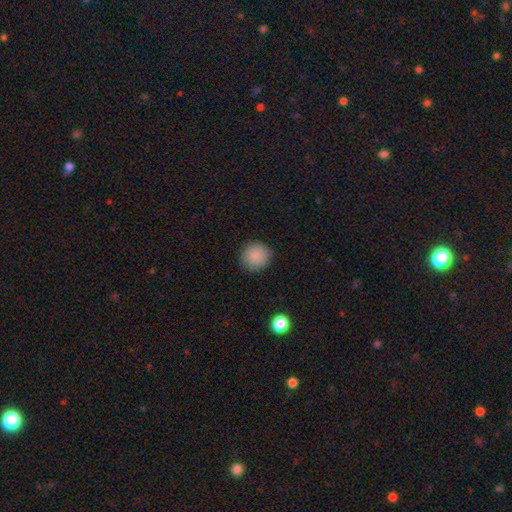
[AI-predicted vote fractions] smooth-or-featured: smooth: 87% | star or artifact: 8% | featured or disk: 4%
  how-rounded: round: 91% | in between: 8% | cigar-shaped: 1%
  merging: none: 88% | minor disturbance: 8% | major disturbance: 2% | merger: 1%